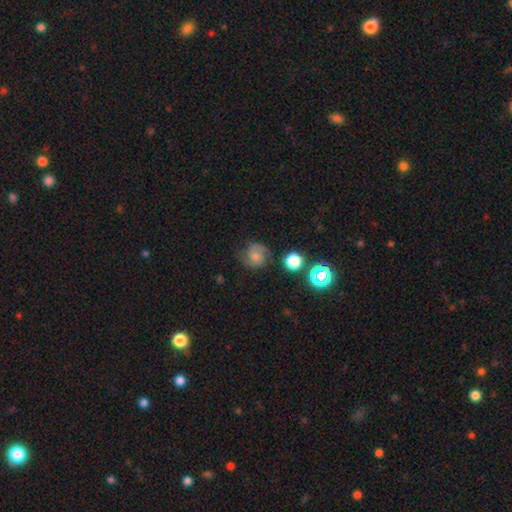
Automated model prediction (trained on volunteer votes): Smooth or featured? featured or disk (50%)
Edge-on disk? no (98%)
Merging? none (67%)